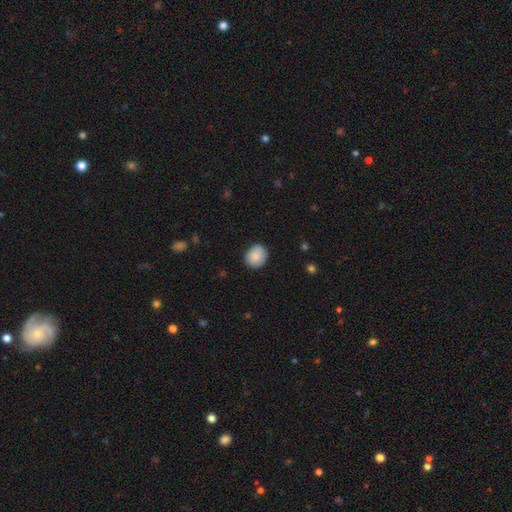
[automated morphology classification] A smooth galaxy with no disk features (88%) that is round (73%).

Vote fractions:
- Smooth or featured? smooth: 88% / star or artifact: 7% / featured or disk: 5%
- How rounded? round: 73% / in between: 26% / cigar-shaped: 1%
- Merging? none: 86% / minor disturbance: 11% / major disturbance: 2% / merger: 1%